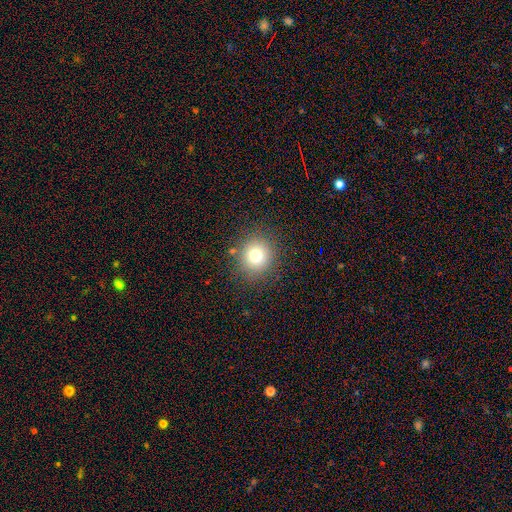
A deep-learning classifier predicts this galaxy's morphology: Overall: smooth (75%). How rounded: round (89%). Merging: none (86%).